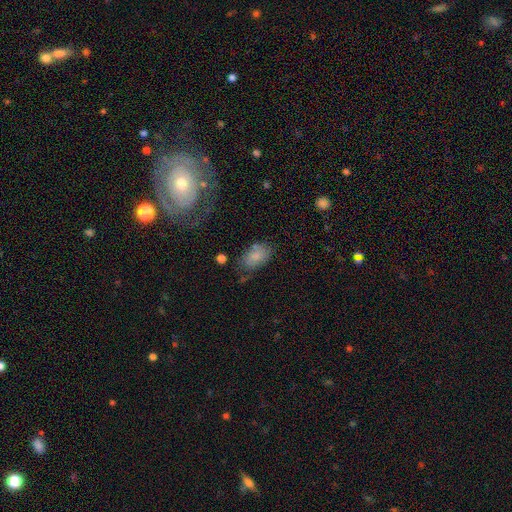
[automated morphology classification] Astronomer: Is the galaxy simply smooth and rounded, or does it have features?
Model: smooth — 81%.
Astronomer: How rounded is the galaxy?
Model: in between — 91%.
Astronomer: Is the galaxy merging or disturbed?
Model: none — 66%.